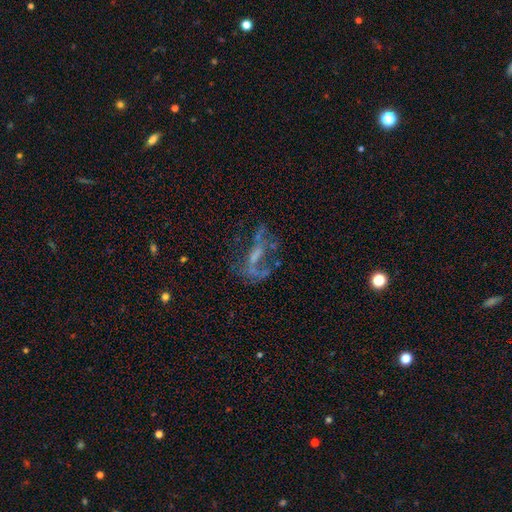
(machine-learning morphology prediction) smooth_or_featured: featured or disk (p=0.65) [alt: star or artifact p=0.18]
disk_edge_on: no (p=0.92) [alt: yes p=0.08]
bar: no (p=0.52) [alt: weak p=0.30]
has_spiral_arms: no (p=0.59) [alt: yes p=0.41]
bulge_size: none (p=0.47) [alt: small p=0.28]
merging: major disturbance (p=0.39) [alt: none p=0.38]